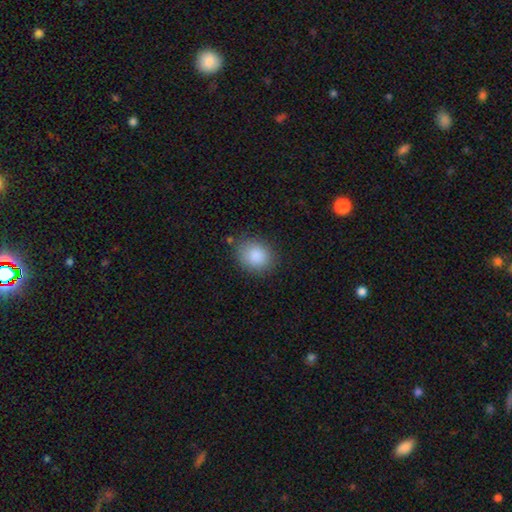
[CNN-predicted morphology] This appears to be a smooth galaxy with no disk features (87%) that is round (53%). Merging: none (81%).